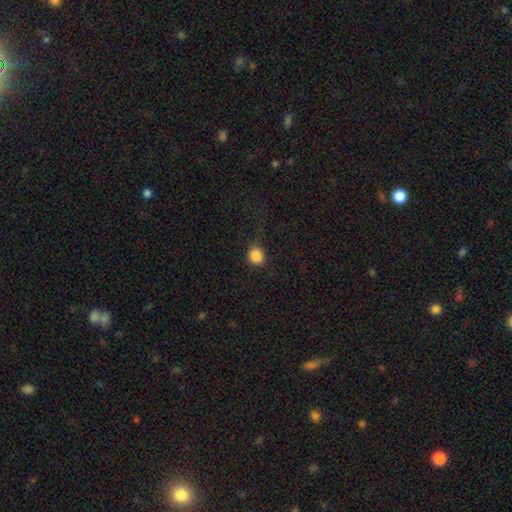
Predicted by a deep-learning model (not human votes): smooth 85%, star or artifact 11%, featured or disk 4%. Down the decision tree: how rounded — round (83%); merging — none (68%).